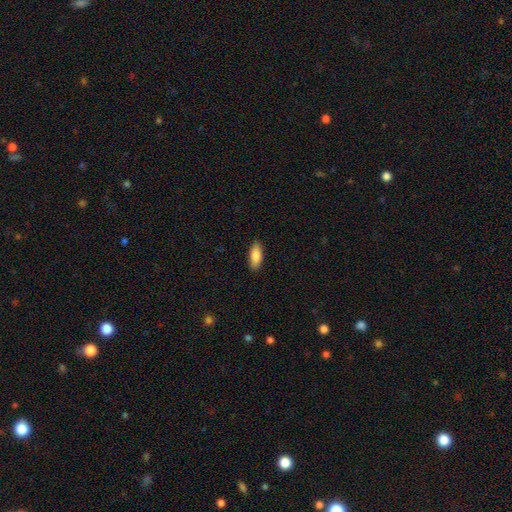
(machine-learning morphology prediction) A smooth galaxy with no disk features (85%) that is in between round and cigar-shaped (78%).

Vote fractions:
- Smooth or featured? smooth: 85% / featured or disk: 8% / star or artifact: 6%
- How rounded? in between: 78% / cigar-shaped: 20% / round: 2%
- Merging? none: 88% / minor disturbance: 9% / major disturbance: 2% / merger: 1%